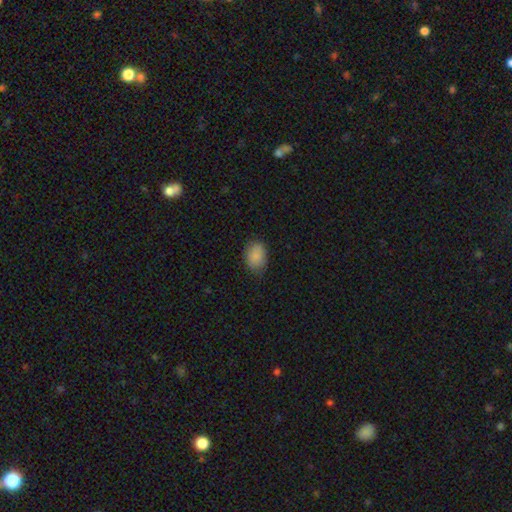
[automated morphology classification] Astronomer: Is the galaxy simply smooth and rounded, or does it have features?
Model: smooth — 87%.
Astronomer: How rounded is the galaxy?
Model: in between — 74%.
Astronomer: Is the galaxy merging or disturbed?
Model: none — 77%.